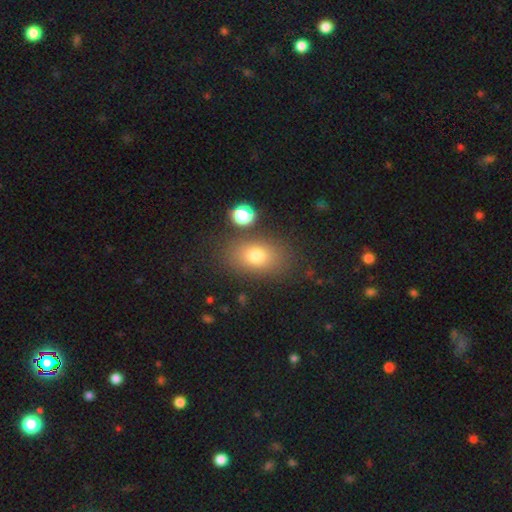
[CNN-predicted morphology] Overall: smooth (77%). How rounded: in between (82%). Merging: none (79%).